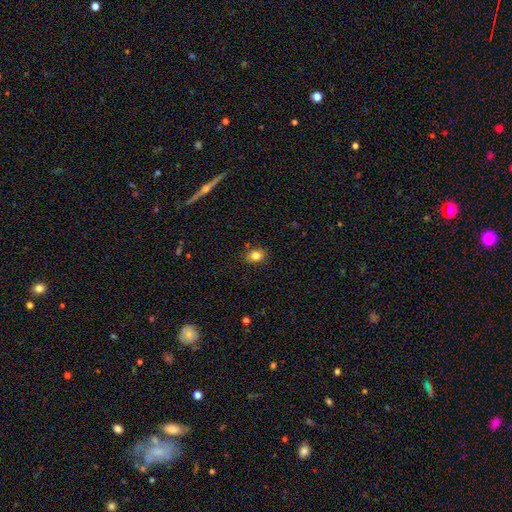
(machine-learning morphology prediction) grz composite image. It shows a smooth galaxy with no disk features (82%) that is in between round and cigar-shaped (52%). Merging: none (85%).